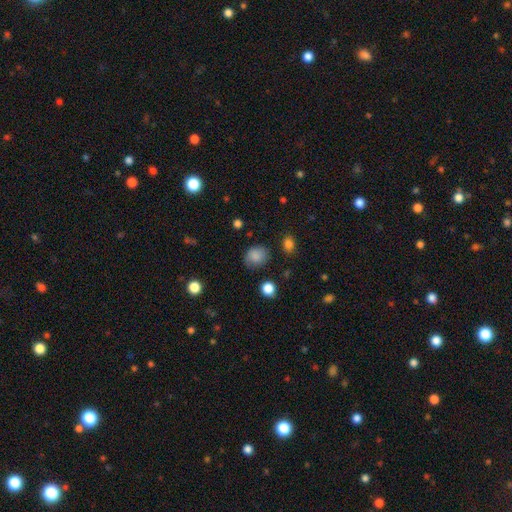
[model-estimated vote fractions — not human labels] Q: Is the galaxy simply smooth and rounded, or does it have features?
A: smooth — 84%.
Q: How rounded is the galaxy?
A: round — 68%.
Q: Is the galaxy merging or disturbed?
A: none — 75%.